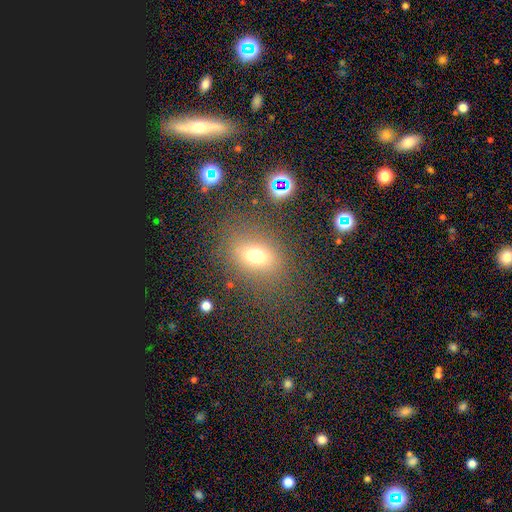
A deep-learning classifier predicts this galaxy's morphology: smooth_or_featured: smooth (p=0.68) [alt: star or artifact p=0.18]
how_rounded: in between (p=0.64) [alt: round p=0.33]
merging: none (p=0.75) [alt: minor disturbance p=0.13]